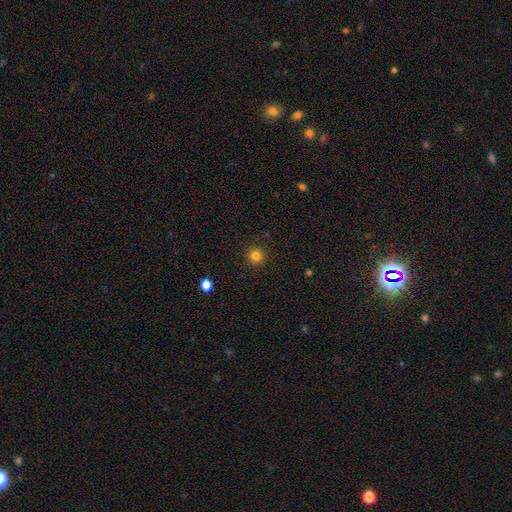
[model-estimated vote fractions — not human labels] Smooth or featured?
  - smooth: 83% *
  - star or artifact: 13%
  - featured or disk: 4%
How rounded?
  - round: 93% *
  - in between: 6%
  - cigar-shaped: 1%
Merging?
  - none: 91% *
  - minor disturbance: 6%
  - major disturbance: 2%
  - merger: 1%